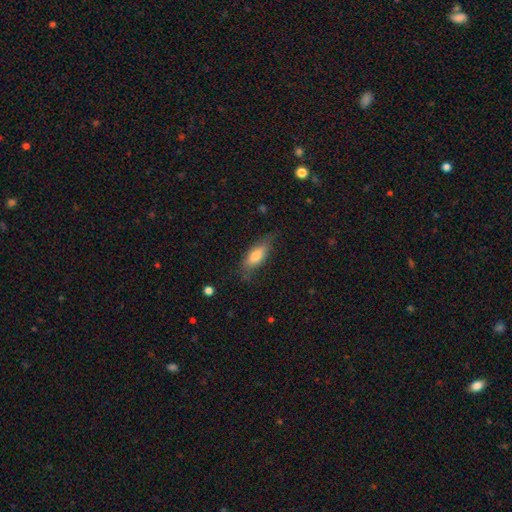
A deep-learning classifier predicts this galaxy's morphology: A smooth galaxy with no disk features (68%) that is in between round and cigar-shaped (71%). Merging: none (67%).